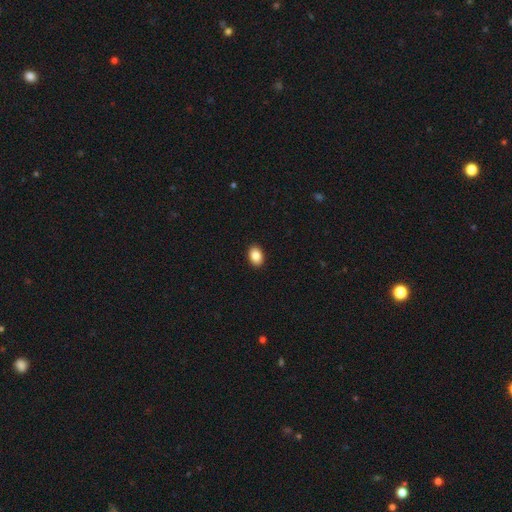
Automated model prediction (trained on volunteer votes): Morphology: type=smooth (86%); roundness=in between (83%); merging=none (92%).